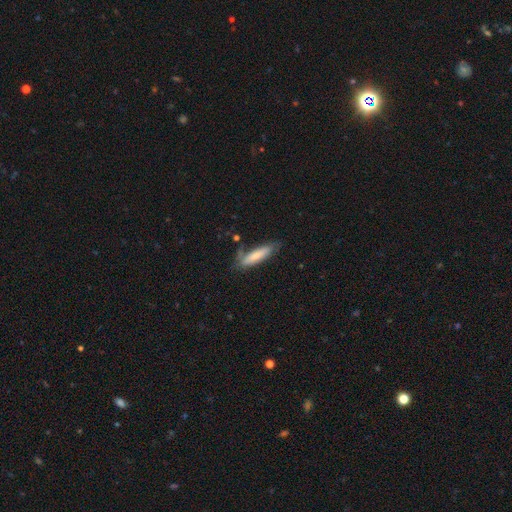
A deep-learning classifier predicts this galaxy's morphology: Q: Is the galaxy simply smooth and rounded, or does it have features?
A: smooth — 72%.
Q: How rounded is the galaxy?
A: cigar-shaped — 70%.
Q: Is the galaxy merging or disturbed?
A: none — 63%.